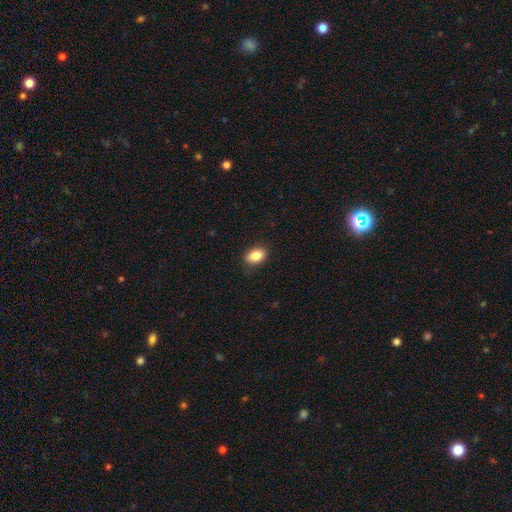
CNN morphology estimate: Smooth or featured? Predicted: smooth (p=0.85). How rounded? Predicted: in between (p=0.86). Merging? Predicted: none (p=0.88).